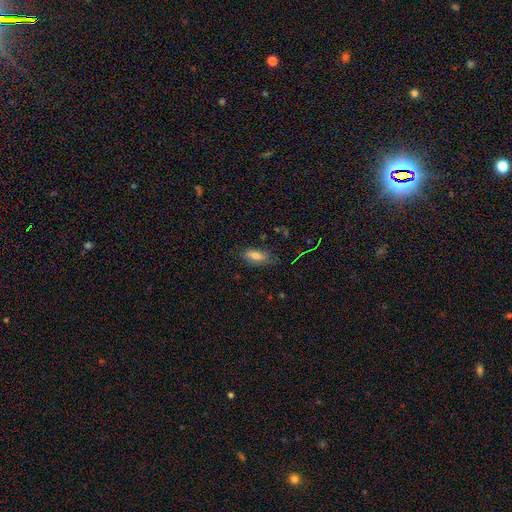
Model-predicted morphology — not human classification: smooth 75%, featured or disk 15%, star or artifact 10%. Down the decision tree: how rounded — in between (77%); merging — none (74%).